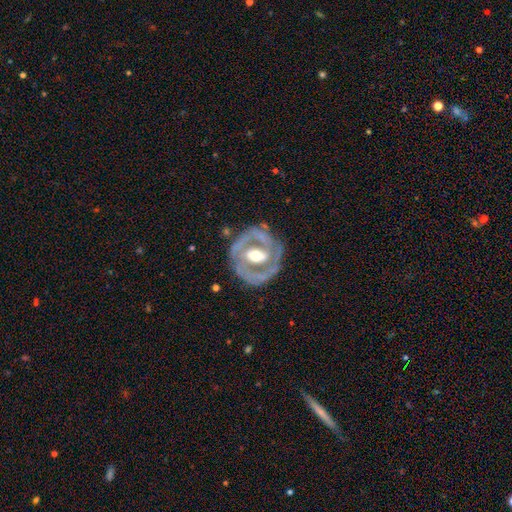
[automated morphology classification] Smooth or featured: featured or disk — 79% (smooth — 16%)
Edge-on disk: no — 96% (yes — 4%)
Bar: no — 38% (weak — 35%)
Spiral arms: yes — 59% (no — 41%)
Bulge size: moderate — 70% (large — 18%)
Merging: none — 72% (minor disturbance — 17%)